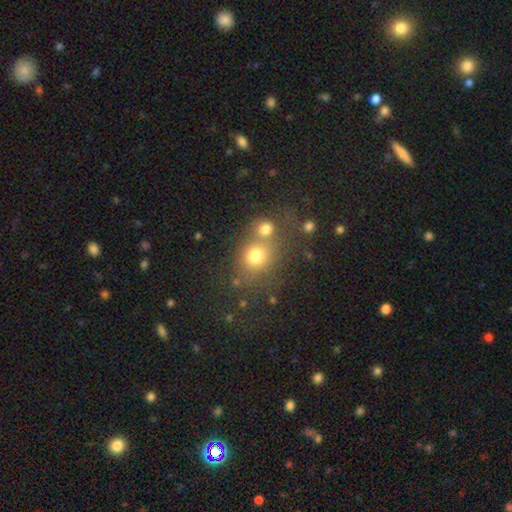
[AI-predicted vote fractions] This is likely a smooth galaxy (73%). How rounded: likely round (72%). Merging: possibly none (48%).